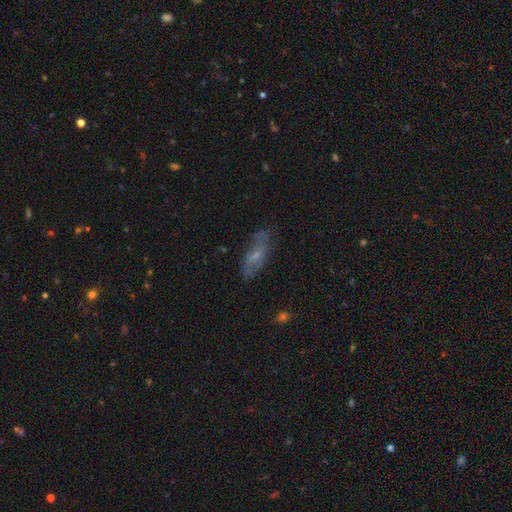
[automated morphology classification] Q: Smooth or featured?
A: featured or disk (47%); runner-up: smooth (44%)
Q: Merging?
A: none (70%); runner-up: minor disturbance (20%)